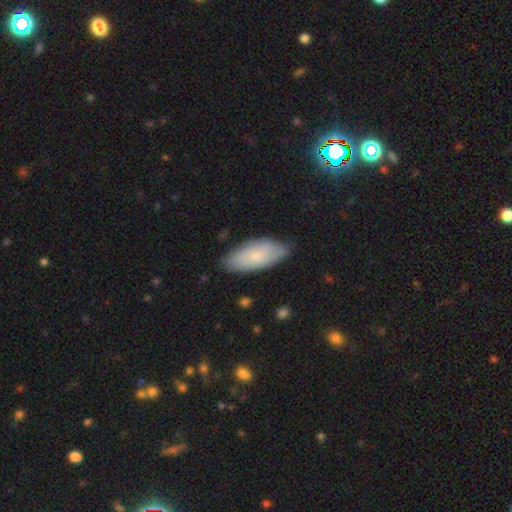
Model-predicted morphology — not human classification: A smooth galaxy with no disk features (69%) that is in between round and cigar-shaped (85%). Merging: none (77%).